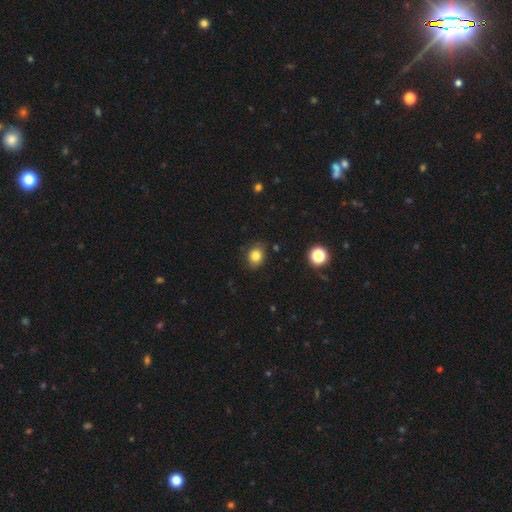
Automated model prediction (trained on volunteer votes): Morphology: type=smooth (82%); roundness=round (56%); merging=none (82%).